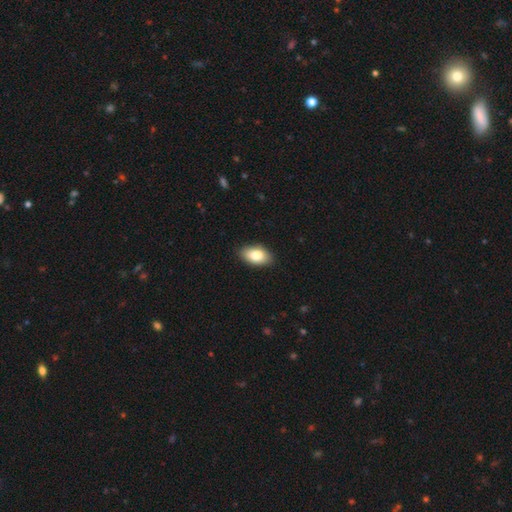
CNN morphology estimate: This appears to be a smooth galaxy with no disk features (82%) that is in between round and cigar-shaped (92%). Merging: none (88%).